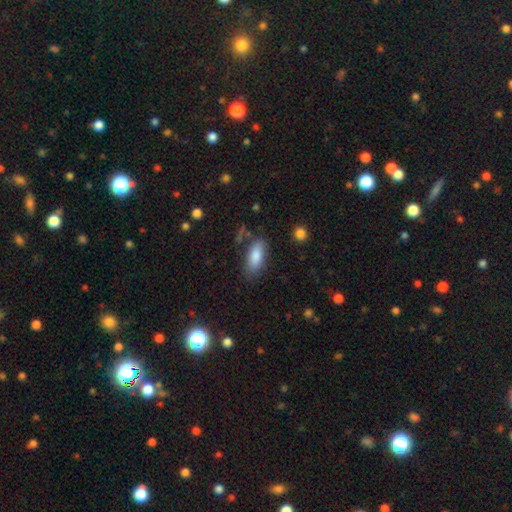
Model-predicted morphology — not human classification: smooth 83%, featured or disk 10%, star or artifact 7%. Down the decision tree: how rounded — in between (79%); merging — none (75%).